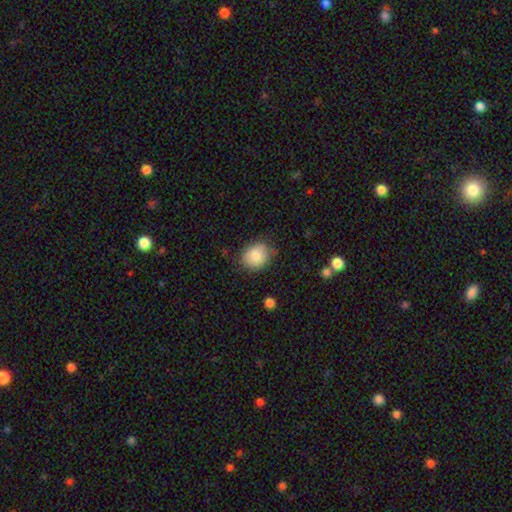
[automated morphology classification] smooth_or_featured: smooth (p=0.84) [alt: featured or disk p=0.08]
how_rounded: round (p=0.62) [alt: in between p=0.37]
merging: none (p=0.77) [alt: minor disturbance p=0.18]